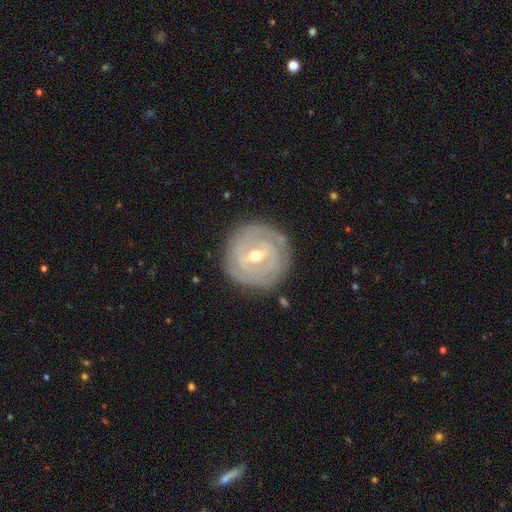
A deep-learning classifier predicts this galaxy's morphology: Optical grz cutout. It shows a featured or disk galaxy (84%) with a weak bar (51%), 2 (38%) tight (84%) spiral arms (89%) and a moderate central bulge (59%). Merging: none (84%).